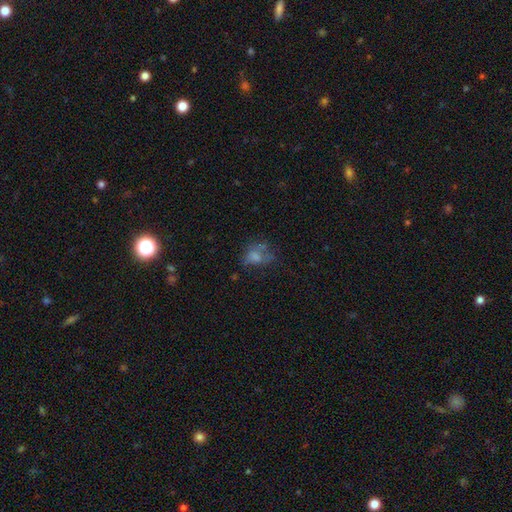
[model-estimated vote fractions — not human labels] smooth_or_featured: smooth (p=0.57) [alt: featured or disk p=0.27]
how_rounded: in between (p=0.68) [alt: round p=0.31]
merging: major disturbance (p=0.34) [alt: none p=0.33]